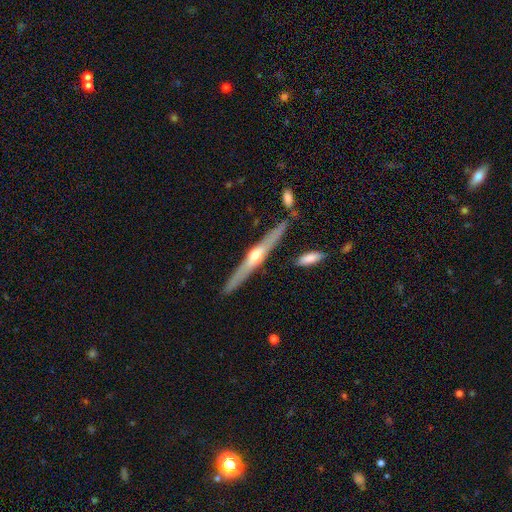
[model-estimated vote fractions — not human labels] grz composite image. It shows a featured or disk galaxy (76%) viewed edge-on (97%) with a rounded central bulge (91%). Merging: none (86%).